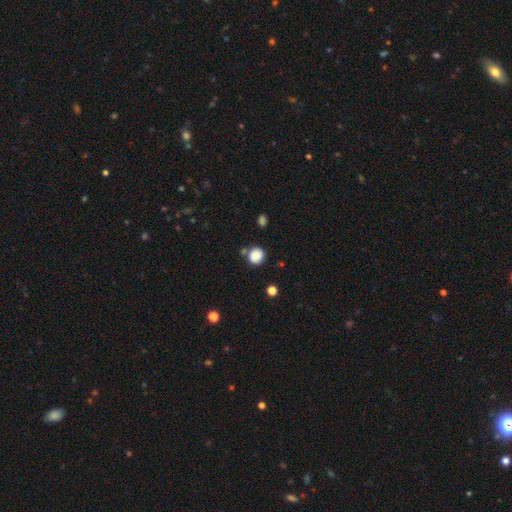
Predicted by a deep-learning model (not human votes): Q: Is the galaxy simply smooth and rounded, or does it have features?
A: smooth — 86%.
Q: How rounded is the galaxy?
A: round — 86%.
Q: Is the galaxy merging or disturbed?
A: none — 75%.